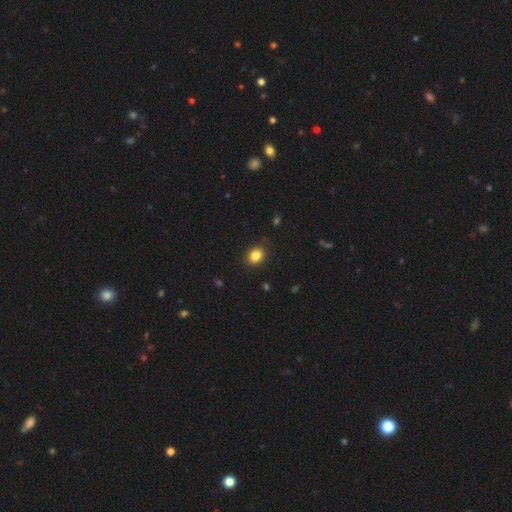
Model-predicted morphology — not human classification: A smooth galaxy with no disk features (85%) that is round (64%). Merging: none (87%).